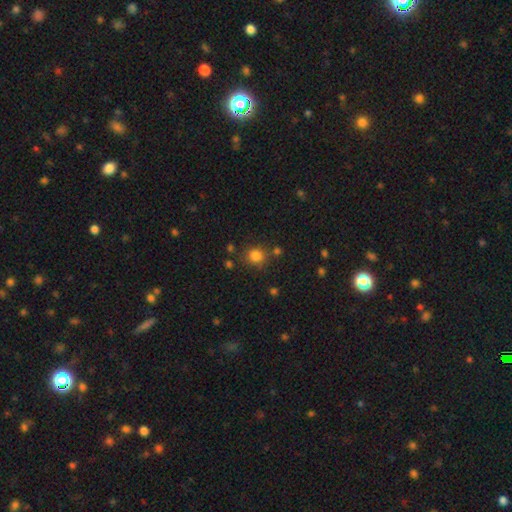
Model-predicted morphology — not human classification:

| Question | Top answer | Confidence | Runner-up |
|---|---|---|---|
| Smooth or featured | smooth | 82% | star or artifact (13%) |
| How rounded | round | 85% | in between (14%) |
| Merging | none | 78% | minor disturbance (11%) |